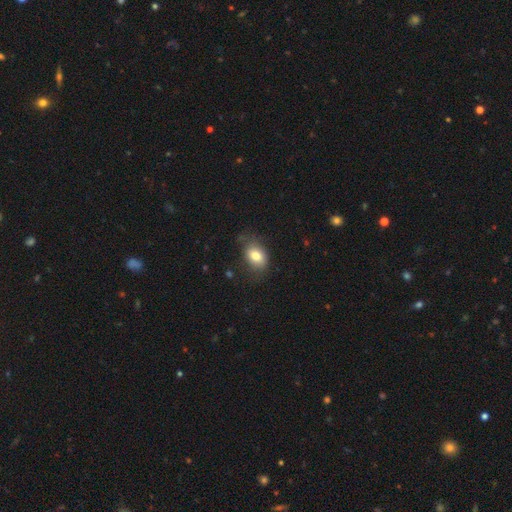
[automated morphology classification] Smooth or featured? smooth (79%)
How rounded? in between (76%)
Merging? none (69%)